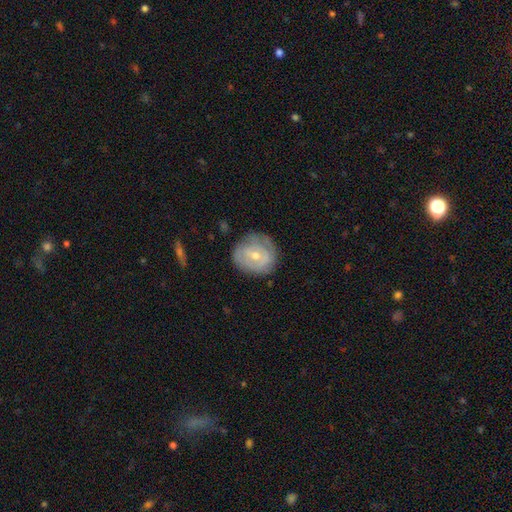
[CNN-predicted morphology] This appears to be a featured or disk galaxy (57%) with no bar (53%), spiral arms (59%) and a moderate central bulge (49%). Merging: none (69%).